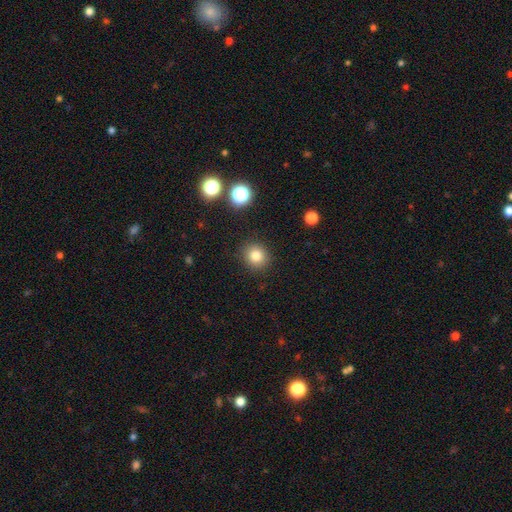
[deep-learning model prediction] Smooth or featured?
  - smooth: 81% *
  - star or artifact: 13%
  - featured or disk: 6%
How rounded?
  - round: 87% *
  - in between: 12%
  - cigar-shaped: 1%
Merging?
  - none: 90% *
  - minor disturbance: 7%
  - major disturbance: 2%
  - merger: 1%